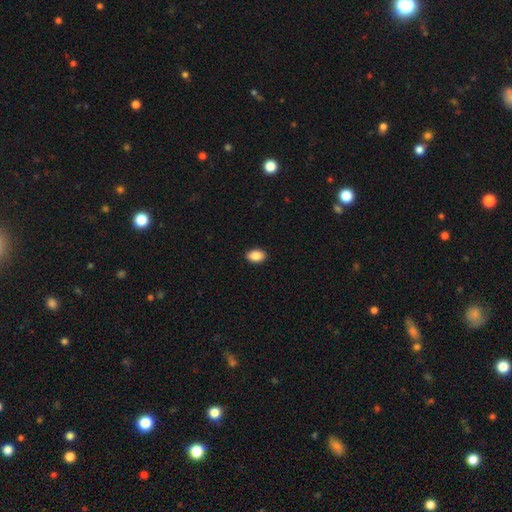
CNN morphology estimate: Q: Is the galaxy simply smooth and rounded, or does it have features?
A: smooth — 88%.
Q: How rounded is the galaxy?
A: in between — 87%.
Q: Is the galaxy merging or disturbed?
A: none — 91%.